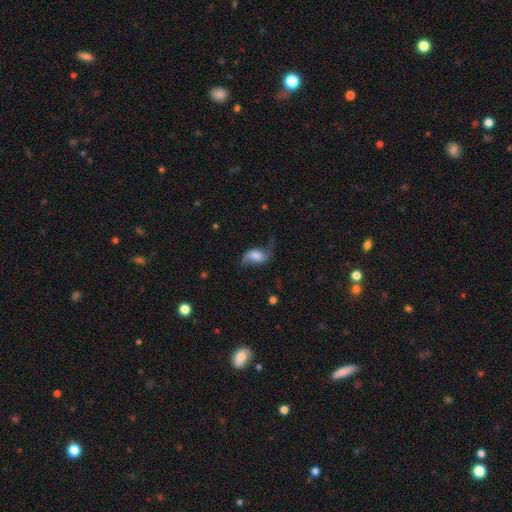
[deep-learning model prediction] featured or disk 69%, smooth 22%, star or artifact 8%. Down the decision tree: edge-on disk — no (95%); bar — no (53%); spiral arms — yes (93%); spiral arm count — 2 (90%); spiral winding — loose (87%); bulge size — large (29%); merging — none (60%).